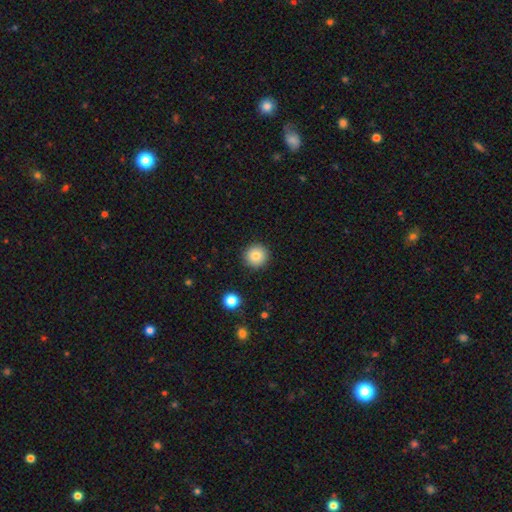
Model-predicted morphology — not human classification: Smooth or featured? smooth (85%)
How rounded? round (96%)
Merging? none (91%)